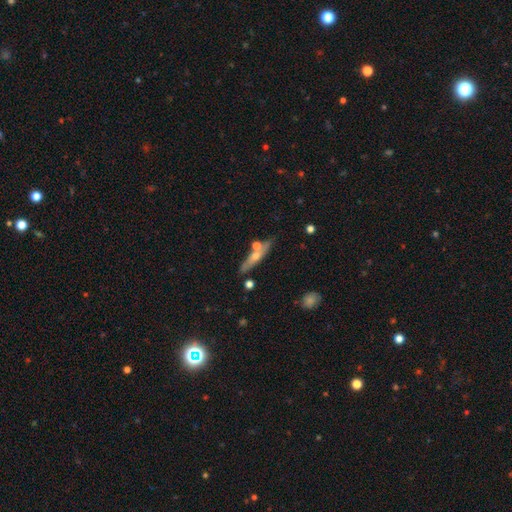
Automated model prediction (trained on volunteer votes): Overall: featured or disk (50%; smooth 43%). Edge-on disk: yes (83%). Merging: none (71%).